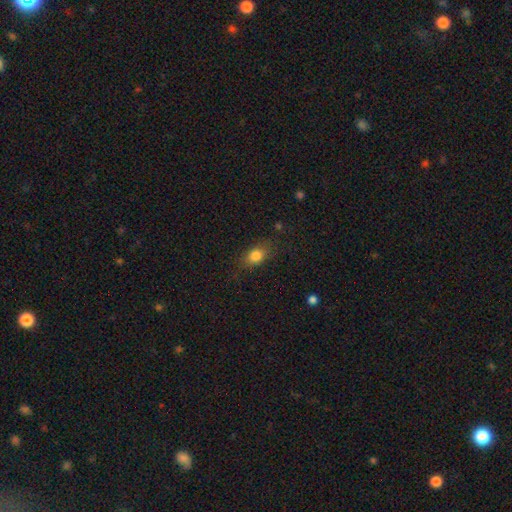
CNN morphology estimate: The model was most divided on "how rounded": in between: 70%, round: 25%, cigar-shaped: 5%. More confident: smooth or featured — smooth (81%); merging — none (75%).